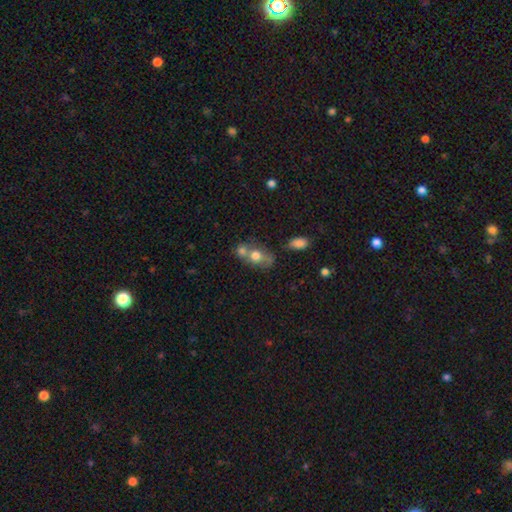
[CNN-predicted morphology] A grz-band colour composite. It shows a smooth galaxy with no disk features (70%) that is in between round and cigar-shaped (54%). Merging: merger (56%).